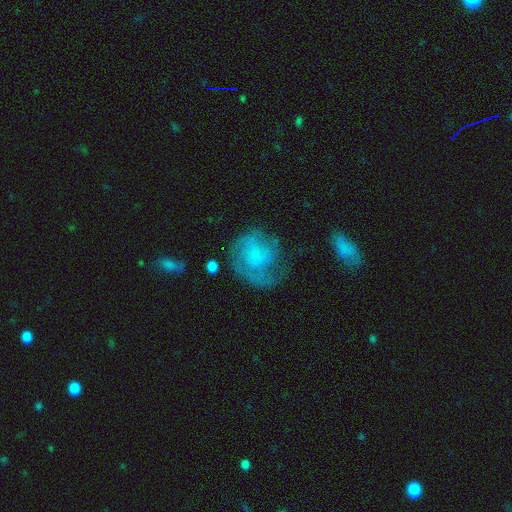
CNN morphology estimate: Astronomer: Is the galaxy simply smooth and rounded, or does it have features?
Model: featured or disk — 55% (runner-up: smooth, 36%).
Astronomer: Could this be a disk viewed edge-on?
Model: no — 98%.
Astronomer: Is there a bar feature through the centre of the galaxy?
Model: no — 74%.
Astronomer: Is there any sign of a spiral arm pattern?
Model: yes — 75%.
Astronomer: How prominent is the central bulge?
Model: none — 56%.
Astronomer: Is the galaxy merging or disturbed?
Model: none — 48% (runner-up: major disturbance, 27%).